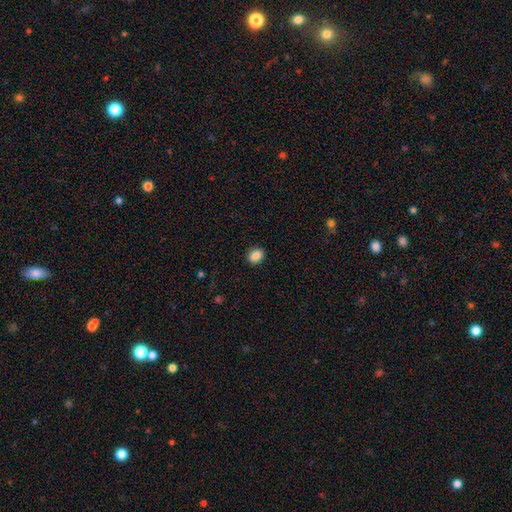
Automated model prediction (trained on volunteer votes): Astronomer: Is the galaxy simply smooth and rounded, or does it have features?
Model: smooth — 87%.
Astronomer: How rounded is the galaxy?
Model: round — 58% (runner-up: in between, 41%).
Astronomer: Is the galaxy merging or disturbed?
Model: none — 90%.